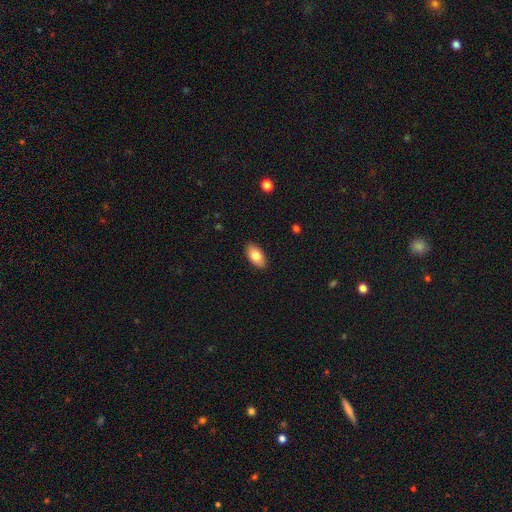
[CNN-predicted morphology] type=smooth (83%); roundness=in between (94%); merging=none (89%).